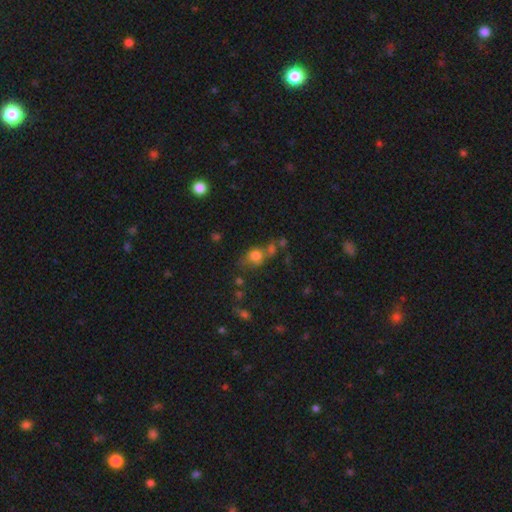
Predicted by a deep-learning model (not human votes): Smooth or featured? smooth (75%)
How rounded? round (64%)
Merging? none (44%)